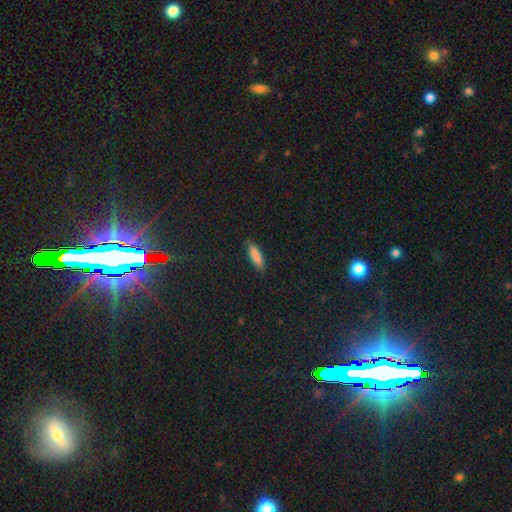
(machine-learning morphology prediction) Q: Smooth or featured?
A: smooth (85%); runner-up: featured or disk (8%)
Q: How rounded?
A: cigar-shaped (60%); runner-up: in between (38%)
Q: Merging?
A: none (87%); runner-up: minor disturbance (10%)